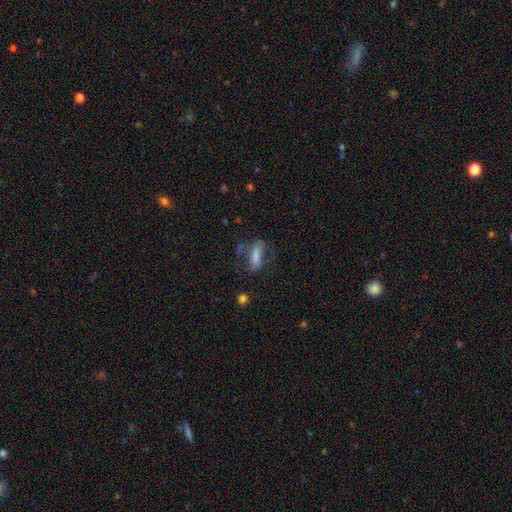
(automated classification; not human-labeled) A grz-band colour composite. It shows a smooth galaxy with no disk features (63%) that is in between round and cigar-shaped (60%). Merging: none (51%).